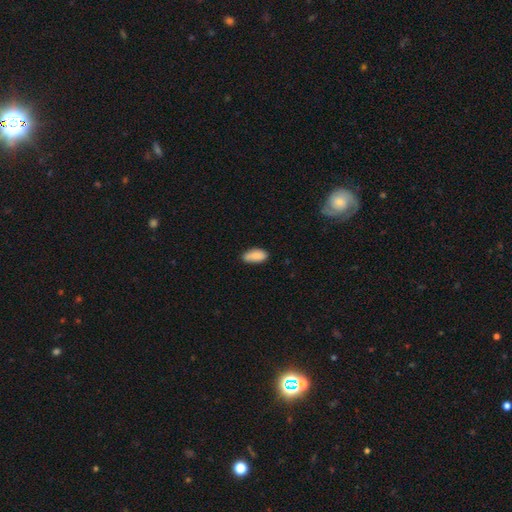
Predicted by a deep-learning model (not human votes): A smooth galaxy with no disk features (87%) that is in between round and cigar-shaped (91%). Merging: none (72%).